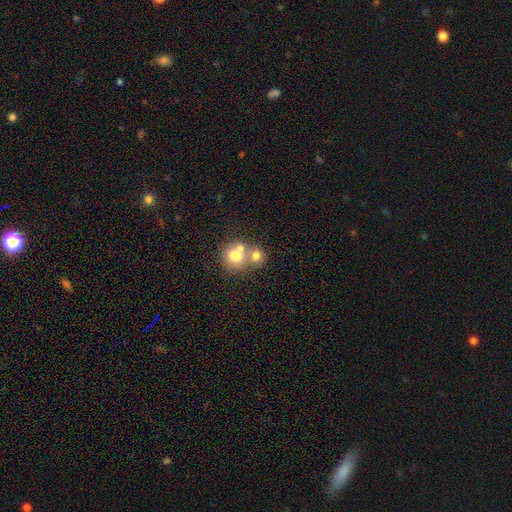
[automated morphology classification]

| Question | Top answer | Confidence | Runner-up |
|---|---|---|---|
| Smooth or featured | smooth | 71% | featured or disk (19%) |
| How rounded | round | 81% | in between (18%) |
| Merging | merger | 55% | none (35%) |